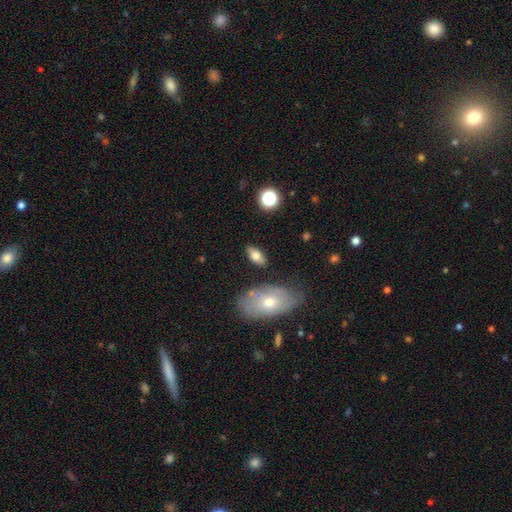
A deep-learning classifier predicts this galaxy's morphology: Smooth or featured? Predicted: smooth (p=0.72). How rounded? Predicted: in between (p=0.88). Merging? Predicted: none (p=0.80).